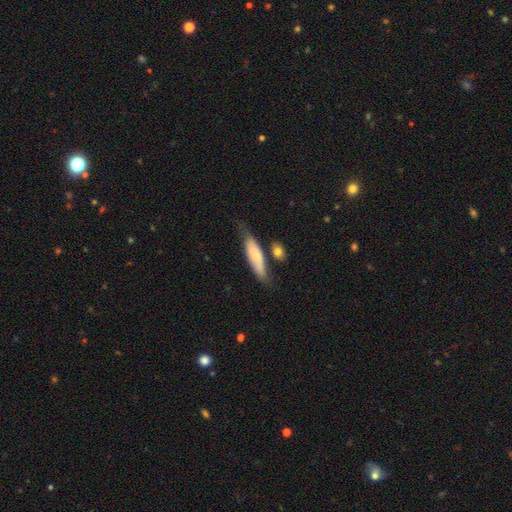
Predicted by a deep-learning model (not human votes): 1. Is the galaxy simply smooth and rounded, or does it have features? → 59% smooth, 35% featured or disk, 6% star or artifact.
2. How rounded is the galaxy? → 56% cigar-shaped, 42% in between, 2% round.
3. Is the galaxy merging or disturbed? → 54% none, 25% minor disturbance, 13% merger, 8% major disturbance.